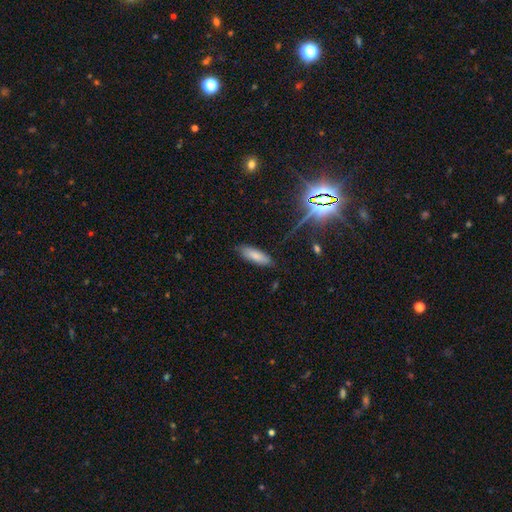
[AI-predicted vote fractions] Morphology: type=smooth (80%); roundness=in between (56%); merging=none (82%).